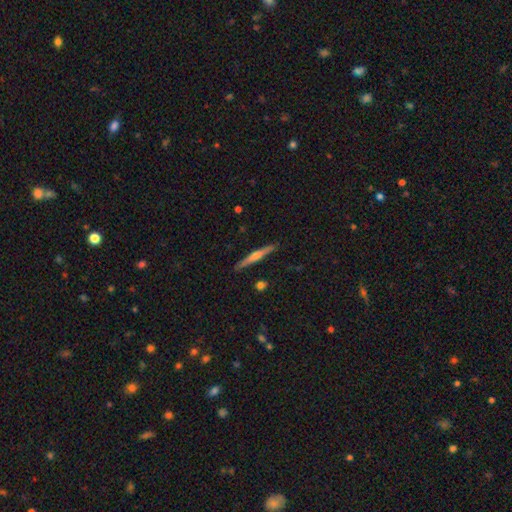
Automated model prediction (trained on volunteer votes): smooth-or-featured: featured or disk: 62% | smooth: 32% | star or artifact: 6%
  disk-edge-on: yes: 98% | no: 2%
    edge-on-bulge: rounded: 78% | none: 15% | boxy: 7%
  merging: none: 90% | minor disturbance: 7% | merger: 1% | major disturbance: 1%